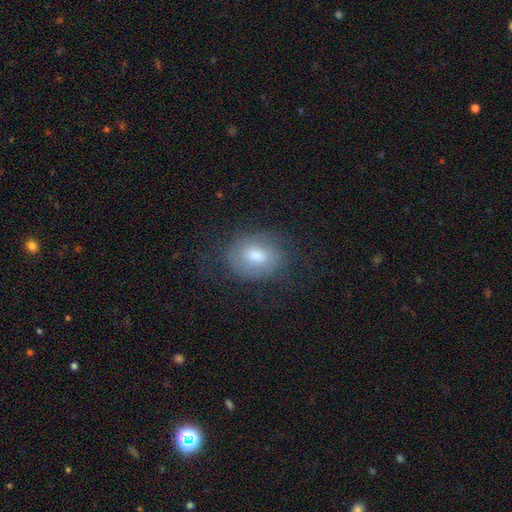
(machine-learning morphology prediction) This is likely a smooth galaxy (63%). How rounded: possibly in between (53%). Merging: likely none (66%).